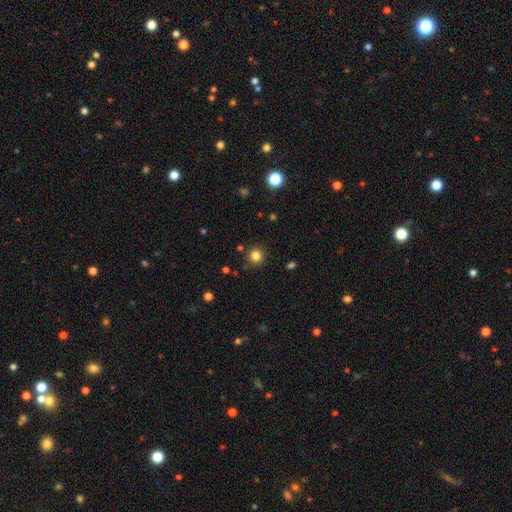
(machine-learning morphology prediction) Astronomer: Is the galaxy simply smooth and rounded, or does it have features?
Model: smooth — 82%.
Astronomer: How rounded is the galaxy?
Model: round — 92%.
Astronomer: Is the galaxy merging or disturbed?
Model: none — 88%.